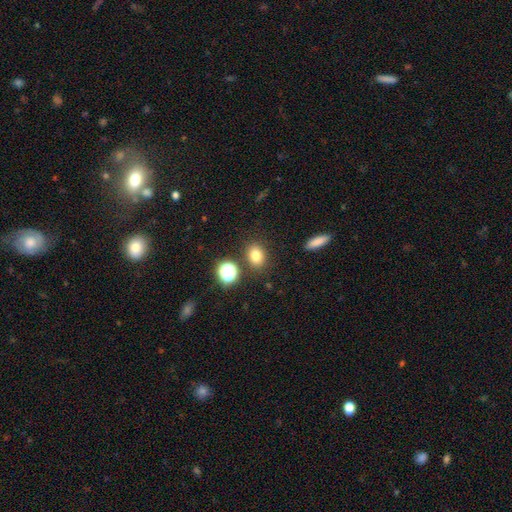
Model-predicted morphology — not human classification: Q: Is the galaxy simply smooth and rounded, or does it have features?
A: smooth — 77%.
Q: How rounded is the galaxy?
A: in between — 56%.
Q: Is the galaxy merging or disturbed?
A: none — 82%.